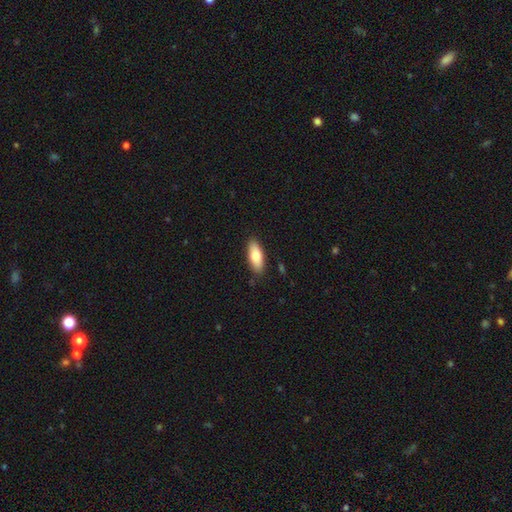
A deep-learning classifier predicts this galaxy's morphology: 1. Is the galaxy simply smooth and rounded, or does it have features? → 80% smooth, 14% featured or disk, 6% star or artifact.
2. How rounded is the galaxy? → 75% in between, 23% cigar-shaped, 2% round.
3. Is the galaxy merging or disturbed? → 87% none, 10% minor disturbance, 2% major disturbance, 1% merger.